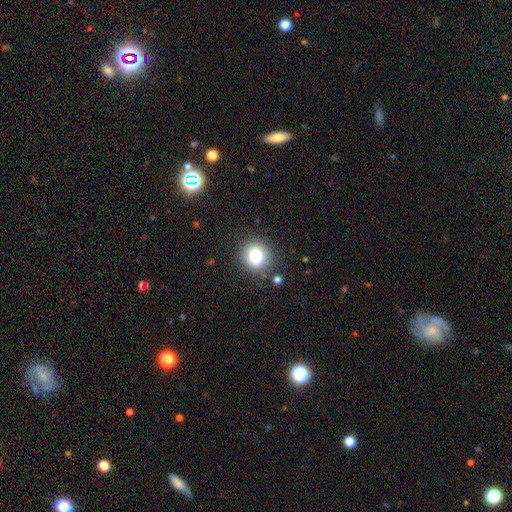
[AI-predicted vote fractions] This is likely a smooth galaxy (79%). How rounded: clearly round (85%). Merging: clearly none (85%).